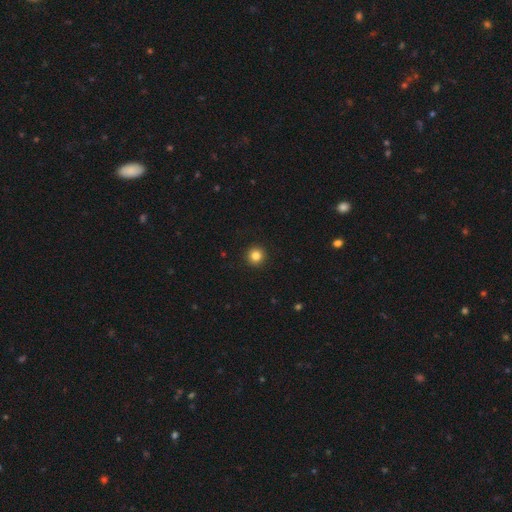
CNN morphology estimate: Smooth or featured: smooth — 83% (star or artifact — 11%)
How rounded: round — 96% (in between — 3%)
Merging: none — 93% (minor disturbance — 4%)